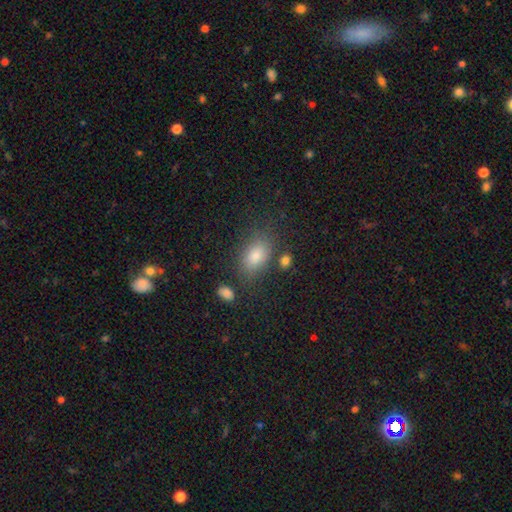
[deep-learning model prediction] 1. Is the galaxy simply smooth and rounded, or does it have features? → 79% smooth, 11% star or artifact, 10% featured or disk.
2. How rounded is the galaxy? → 86% in between, 12% round, 3% cigar-shaped.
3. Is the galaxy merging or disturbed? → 74% none, 15% minor disturbance, 6% merger, 5% major disturbance.